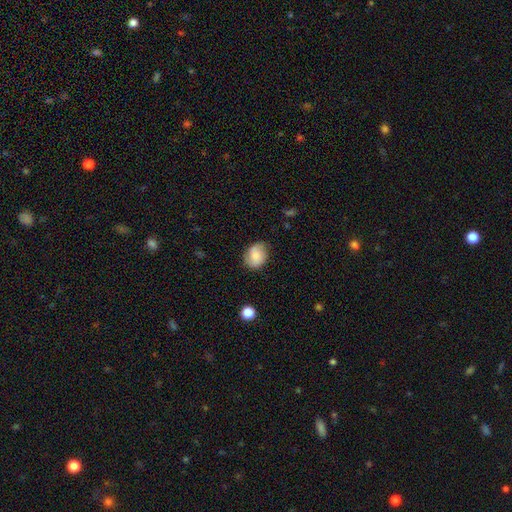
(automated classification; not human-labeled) A smooth galaxy with no disk features (72%) that is in between round and cigar-shaped (54%).

Vote fractions:
- Smooth or featured? smooth: 72% / featured or disk: 20% / star or artifact: 8%
- How rounded? in between: 54% / round: 45% / cigar-shaped: 1%
- Merging? none: 75% / minor disturbance: 20% / major disturbance: 4% / merger: 1%